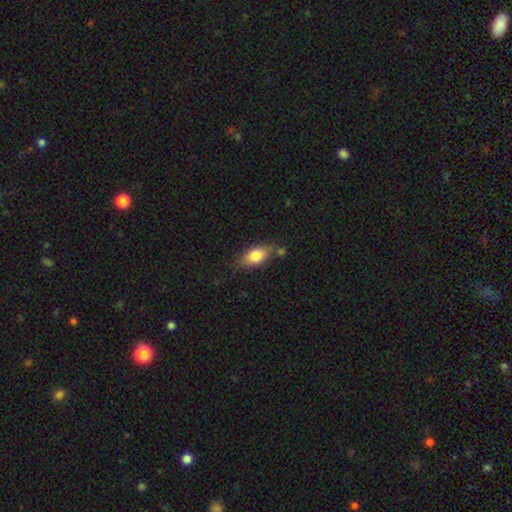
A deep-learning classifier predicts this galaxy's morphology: Smooth or featured? smooth (77%)
How rounded? in between (84%)
Merging? none (70%)